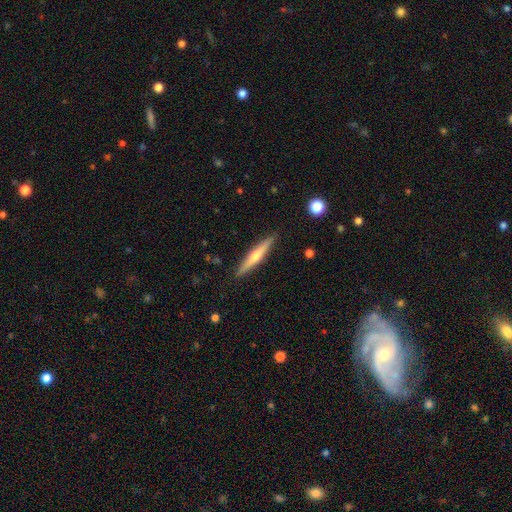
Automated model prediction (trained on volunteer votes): smooth-or-featured: featured or disk: 62% | smooth: 32% | star or artifact: 6%
  disk-edge-on: yes: 97% | no: 3%
    edge-on-bulge: rounded: 86% | none: 11% | boxy: 3%
  merging: none: 91% | minor disturbance: 7% | major disturbance: 1% | merger: 1%